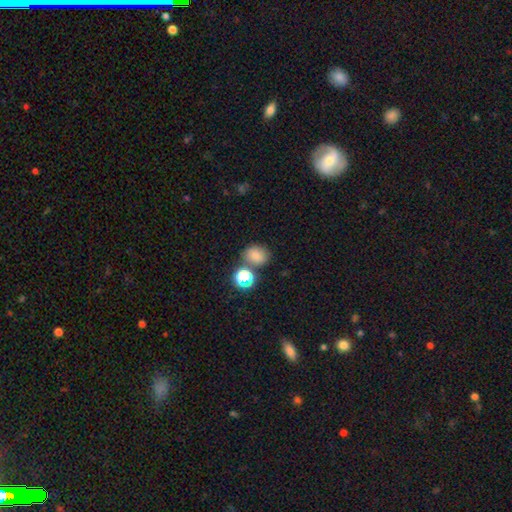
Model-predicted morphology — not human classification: A smooth galaxy with no disk features (76%) that is round (52%).

Vote fractions:
- Smooth or featured? smooth: 76% / star or artifact: 17% / featured or disk: 7%
- How rounded? round: 52% / in between: 47% / cigar-shaped: 1%
- Merging? none: 70% / merger: 14% / minor disturbance: 12% / major disturbance: 4%